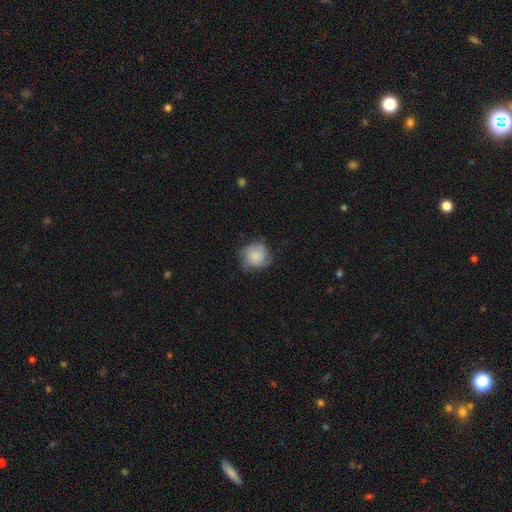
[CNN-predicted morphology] A smooth galaxy with no disk features (76%) that is round (85%). Merging: none (62%).